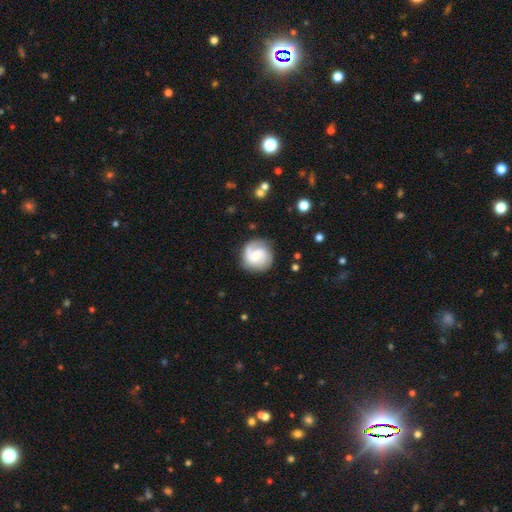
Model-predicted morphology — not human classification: Q: Smooth or featured?
A: featured or disk (74%); runner-up: smooth (20%)
Q: Edge-on disk?
A: no (98%); runner-up: yes (2%)
Q: Bar?
A: weak (49%); runner-up: no (40%)
Q: Spiral arms?
A: yes (95%); runner-up: no (5%)
Q: Spiral winding?
A: medium (44%); runner-up: tight (37%)
Q: Spiral arm count?
A: 2 (78%); runner-up: 1 (8%)
Q: Bulge size?
A: small (48%); runner-up: moderate (35%)
Q: Merging?
A: none (80%); runner-up: minor disturbance (13%)